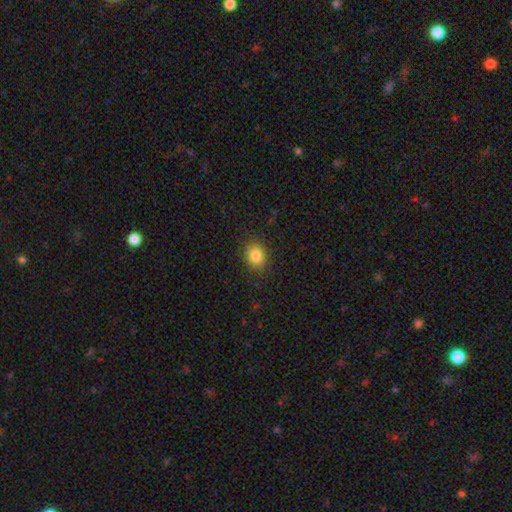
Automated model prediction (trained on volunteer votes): A smooth galaxy with no disk features (85%) that is round (55%).

Vote fractions:
- Smooth or featured? smooth: 85% / star or artifact: 10% / featured or disk: 5%
- How rounded? round: 55% / in between: 44% / cigar-shaped: 1%
- Merging? none: 87% / minor disturbance: 9% / major disturbance: 3% / merger: 1%